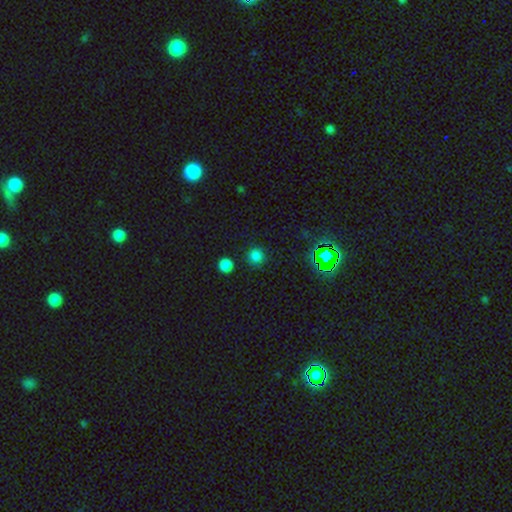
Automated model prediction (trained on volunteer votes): This is likely a smooth galaxy (76%). How rounded: clearly round (93%). Merging: clearly none (88%).